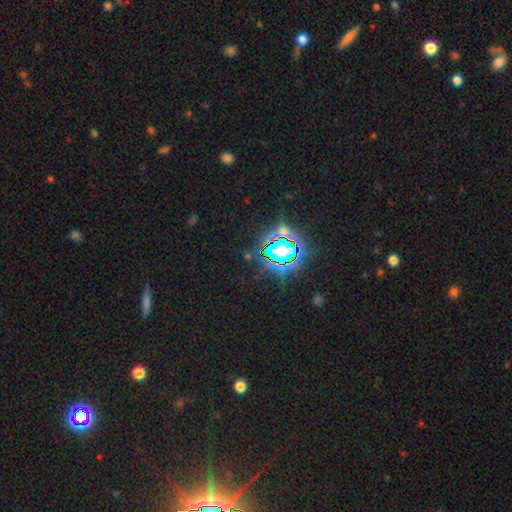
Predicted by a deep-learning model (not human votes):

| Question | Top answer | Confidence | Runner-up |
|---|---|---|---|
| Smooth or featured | star or artifact | 78% | smooth (13%) |